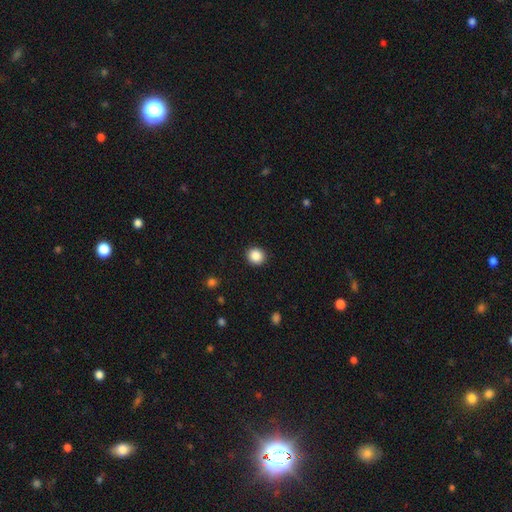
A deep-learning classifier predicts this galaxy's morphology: This appears to be a smooth galaxy with no disk features (87%) that is round (90%). Merging: none (92%).